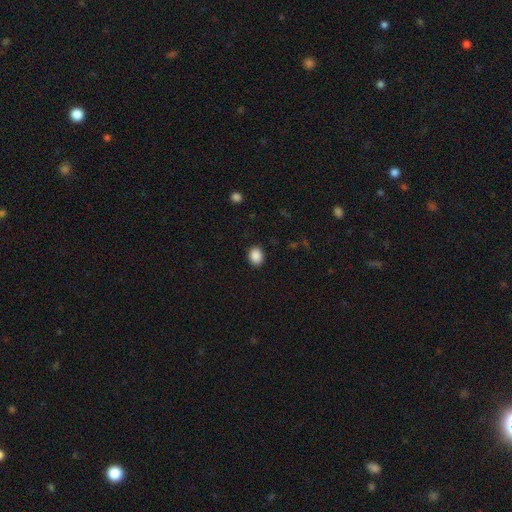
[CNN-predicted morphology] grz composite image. It shows a smooth galaxy with no disk features (89%) that is in between round and cigar-shaped (55%). Merging: none (90%).